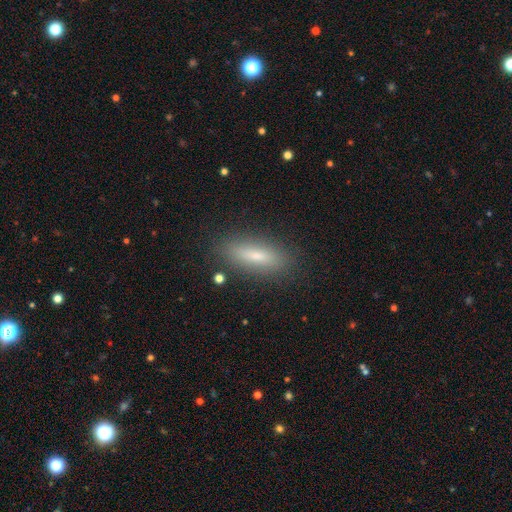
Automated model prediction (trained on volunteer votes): smooth 67%, featured or disk 24%, star or artifact 9%. Down the decision tree: how rounded — cigar-shaped (57%); merging — none (86%).